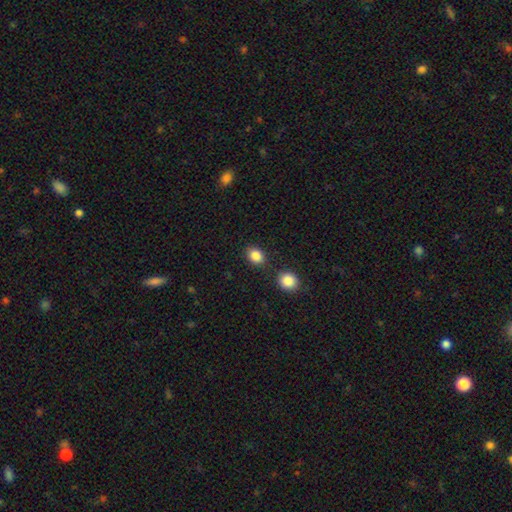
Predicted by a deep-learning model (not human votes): Q: Smooth or featured?
A: smooth (86%); runner-up: star or artifact (9%)
Q: How rounded?
A: in between (58%); runner-up: round (41%)
Q: Merging?
A: none (79%); runner-up: minor disturbance (10%)